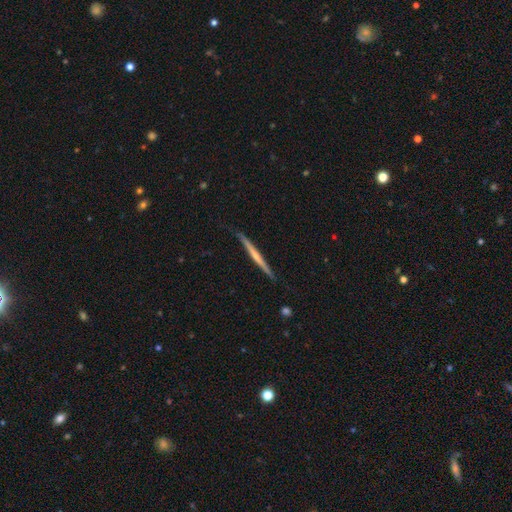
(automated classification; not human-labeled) A featured or disk galaxy (63%) viewed edge-on (98%) with no central bulge (56%).

Vote fractions:
- Smooth or featured? featured or disk: 63% / smooth: 32% / star or artifact: 5%
- Edge-on disk? yes: 98% / no: 2%
- Edge-on bulge? none: 56% / rounded: 38% / boxy: 6%
- Merging? none: 85% / minor disturbance: 12% / major disturbance: 2% / merger: 1%